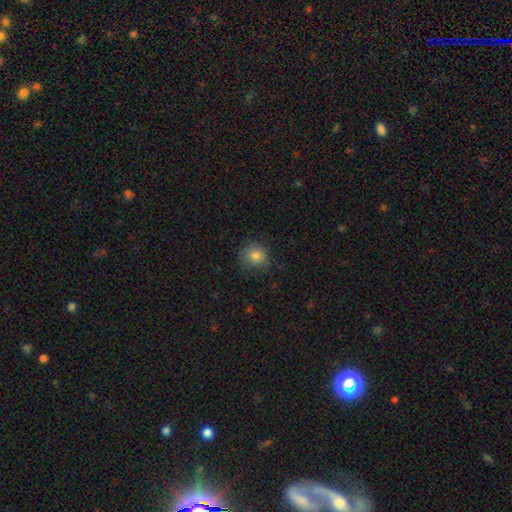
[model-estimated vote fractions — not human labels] smooth-or-featured: smooth: 82% | star or artifact: 11% | featured or disk: 6%
  how-rounded: round: 84% | in between: 16% | cigar-shaped: 1%
  merging: none: 82% | minor disturbance: 13% | major disturbance: 3% | merger: 1%